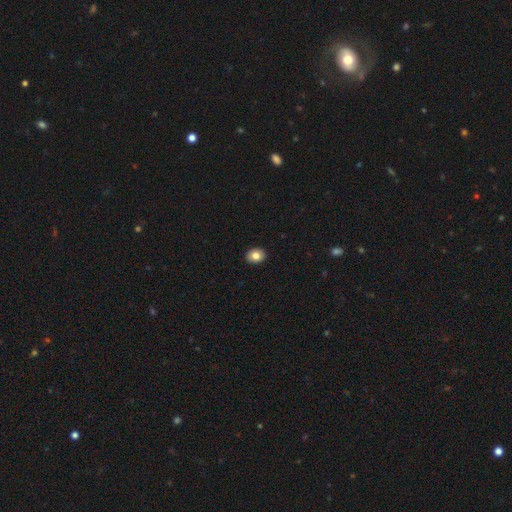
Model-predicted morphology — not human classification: The model was most divided on "how rounded": in between: 53%, round: 46%, cigar-shaped: 1%. More confident: merging — none (92%); smooth or featured — smooth (83%).